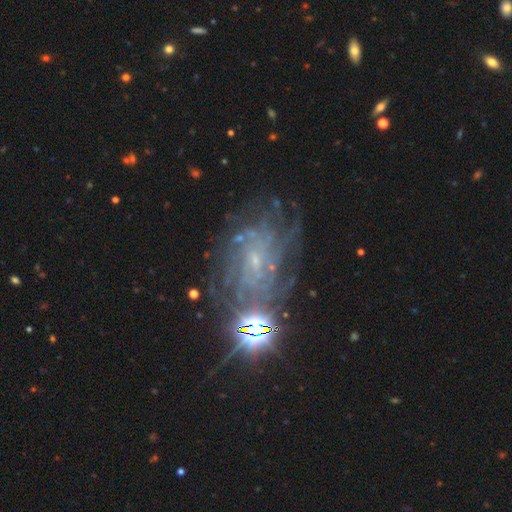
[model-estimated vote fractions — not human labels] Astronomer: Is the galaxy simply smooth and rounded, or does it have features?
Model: featured or disk — 73%.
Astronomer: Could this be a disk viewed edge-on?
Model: no — 96%.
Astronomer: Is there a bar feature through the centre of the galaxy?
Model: no — 59%.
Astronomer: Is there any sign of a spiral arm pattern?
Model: yes — 91%.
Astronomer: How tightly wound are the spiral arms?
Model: tight — 64%.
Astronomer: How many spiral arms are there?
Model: can't tell — 44% (runner-up: more than 4, 19%).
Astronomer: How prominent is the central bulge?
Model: small — 80%.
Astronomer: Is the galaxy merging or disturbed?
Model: none — 67%.